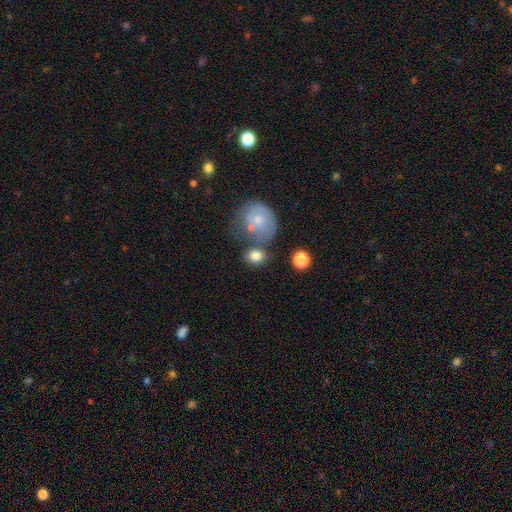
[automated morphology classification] This is likely a smooth galaxy (79%). How rounded: likely round (63%). Merging: possibly none (53%).